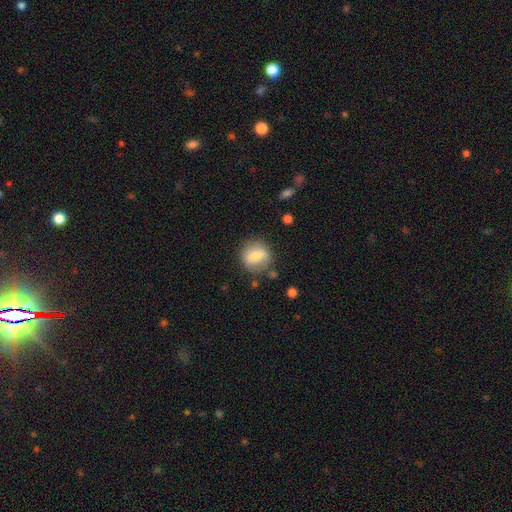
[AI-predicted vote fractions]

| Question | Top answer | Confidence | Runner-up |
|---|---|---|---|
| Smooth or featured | smooth | 67% | featured or disk (25%) |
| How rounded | round | 83% | in between (16%) |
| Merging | none | 76% | minor disturbance (15%) |